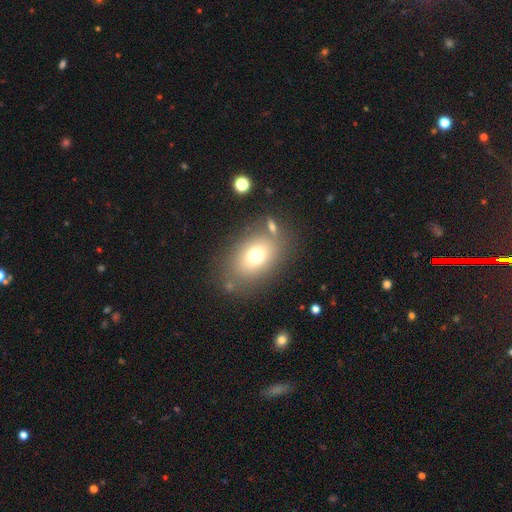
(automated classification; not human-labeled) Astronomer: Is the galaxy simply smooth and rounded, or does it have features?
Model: smooth — 72%.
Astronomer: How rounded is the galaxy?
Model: in between — 72%.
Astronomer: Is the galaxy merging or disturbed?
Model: none — 72%.